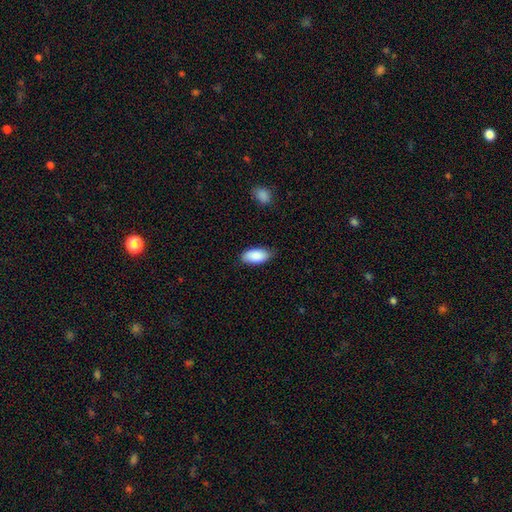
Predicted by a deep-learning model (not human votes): Smooth or featured? smooth (88%)
How rounded? in between (94%)
Merging? none (79%)